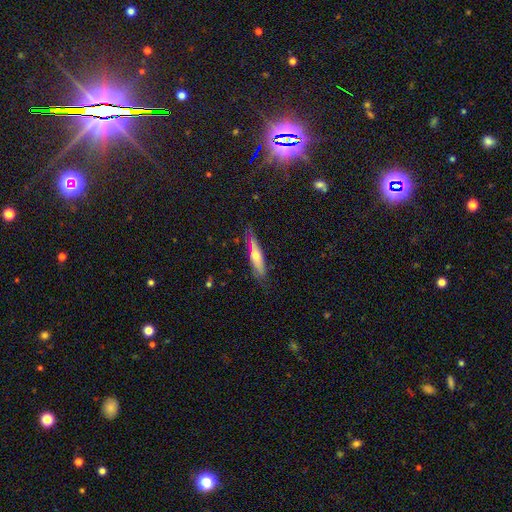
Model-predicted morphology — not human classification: A featured or disk galaxy (47%, tied with smooth).

Vote fractions:
- Smooth or featured? featured or disk: 47% (tied) / smooth: 47% (tied) / star or artifact: 6%
- Merging? none: 74% / minor disturbance: 20% / major disturbance: 4% / merger: 2%